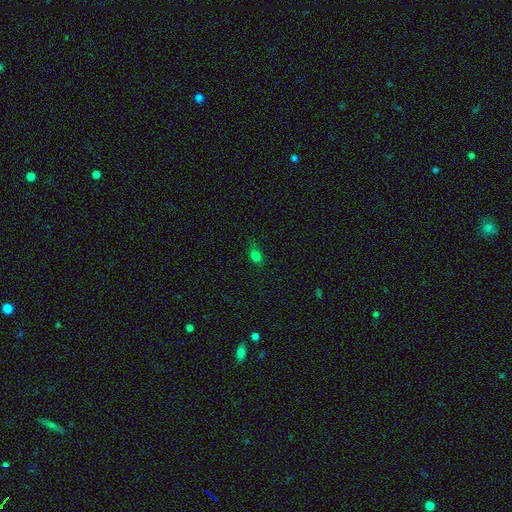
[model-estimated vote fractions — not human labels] A smooth galaxy with no disk features (77%) that is in between round and cigar-shaped (64%).

Vote fractions:
- Smooth or featured? smooth: 77% / star or artifact: 17% / featured or disk: 6%
- How rounded? in between: 64% / round: 33% / cigar-shaped: 3%
- Merging? none: 75% / minor disturbance: 19% / major disturbance: 5% / merger: 1%